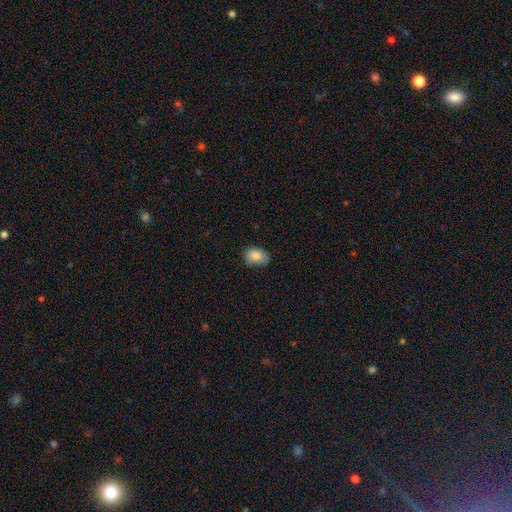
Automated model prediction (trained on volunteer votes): This appears to be a smooth galaxy with no disk features (83%) that is in between round and cigar-shaped (82%). Merging: none (67%).